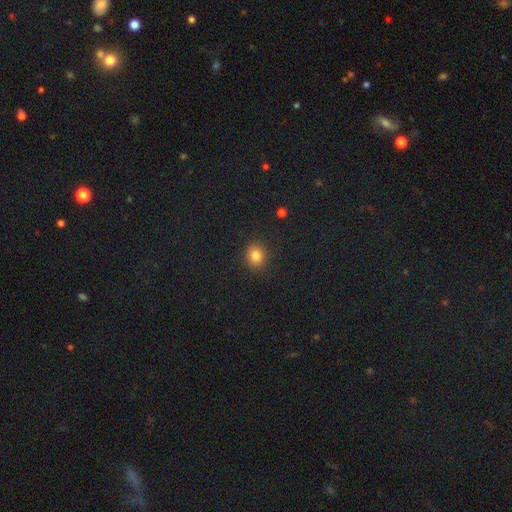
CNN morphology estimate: The model was most divided on "how rounded": round: 79%, in between: 21%, cigar-shaped: 1%. More confident: merging — none (90%); smooth or featured — smooth (82%).